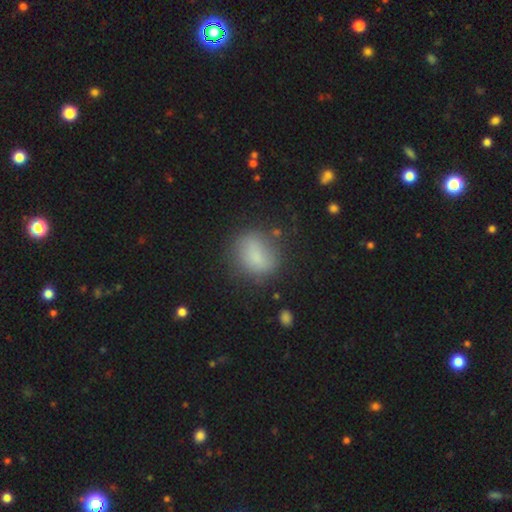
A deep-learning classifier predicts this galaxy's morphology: The model was most divided on "how rounded": round: 52%, in between: 46%, cigar-shaped: 2%. More confident: smooth or featured — smooth (78%); merging — none (68%).